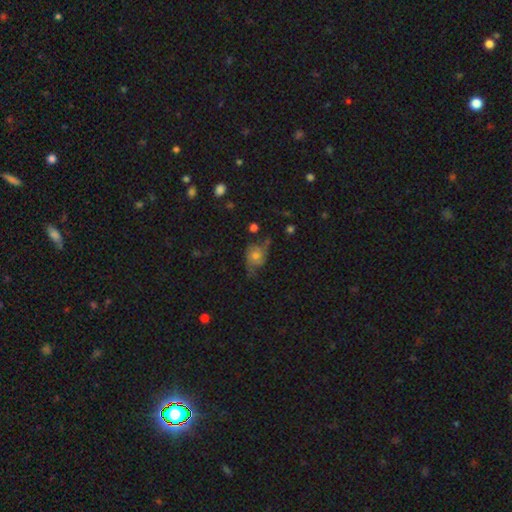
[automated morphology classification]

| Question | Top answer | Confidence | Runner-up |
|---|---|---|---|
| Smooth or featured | featured or disk | 44% | smooth (43%) |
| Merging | none | 47% | minor disturbance (30%) |